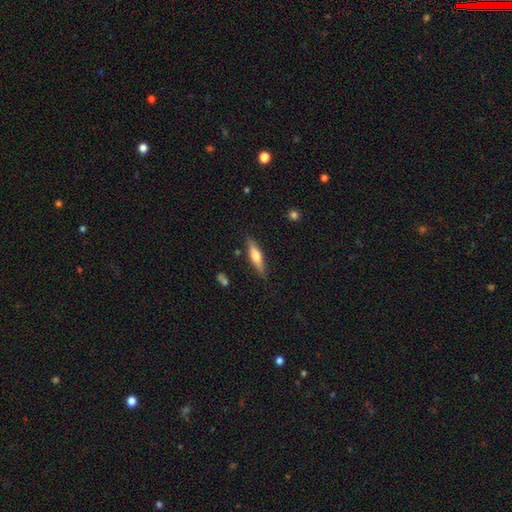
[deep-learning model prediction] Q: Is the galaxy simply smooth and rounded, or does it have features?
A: smooth — 50%.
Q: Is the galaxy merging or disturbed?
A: none — 85%.